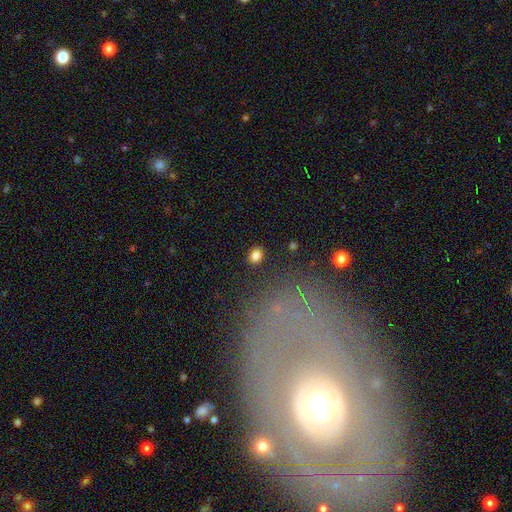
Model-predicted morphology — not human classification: smooth_or_featured: smooth (p=0.83) [alt: star or artifact p=0.11]
how_rounded: in between (p=0.57) [alt: round p=0.42]
merging: none (p=0.88) [alt: minor disturbance p=0.08]